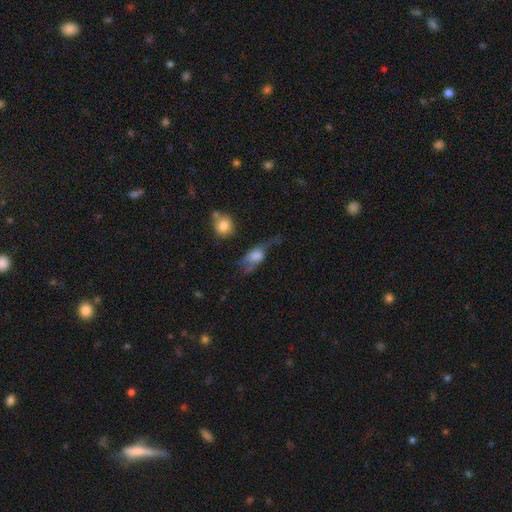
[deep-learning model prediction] smooth_or_featured: smooth (p=0.55) [alt: featured or disk p=0.35]
how_rounded: in between (p=0.76) [alt: round p=0.14]
merging: major disturbance (p=0.43) [alt: none p=0.27]